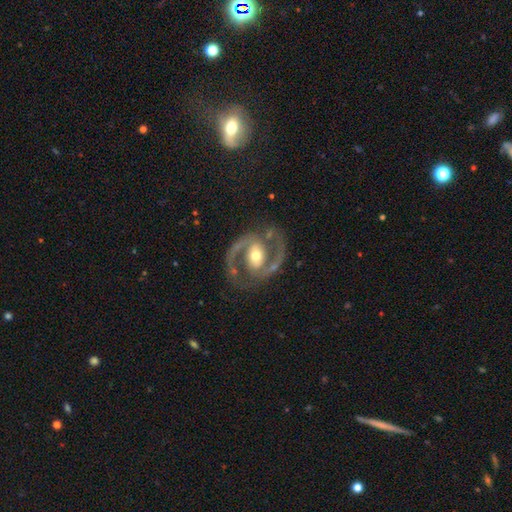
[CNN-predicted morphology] type=featured or disk (91%); edge-on=no (98%); bar=weak (37%); spiral arms=yes (96%); winding=medium (63%); arm count=2 (94%); bulge=moderate (69%); merging=none (81%).